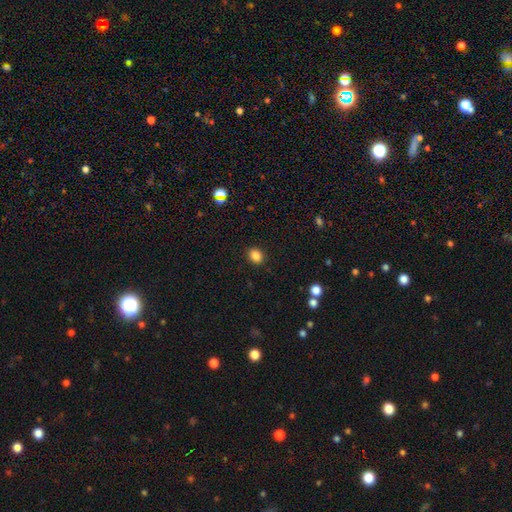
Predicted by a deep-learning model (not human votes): Morphology: type=smooth (85%); roundness=round (50%); merging=none (90%).